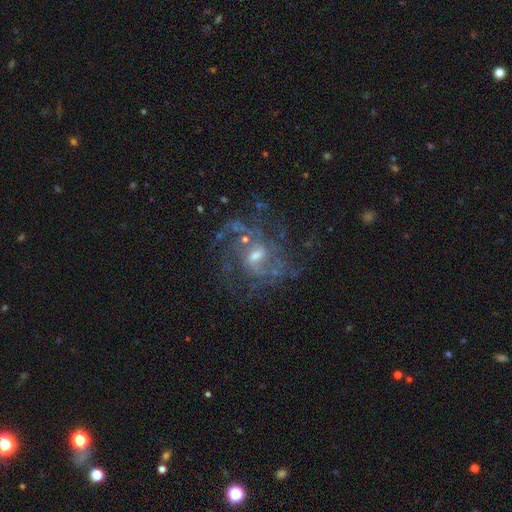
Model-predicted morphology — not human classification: This is clearly a featured or disk galaxy (84%). It is clearly not viewed edge-on (98%). Bar: possibly weak (54%). Spiral arm pattern: clearly yes (90%). Spiral arm count: marginally 2 (30%). Spiral winding: possibly medium (49%). Central bulge: possibly small (48%). Merging: possibly none (60%).